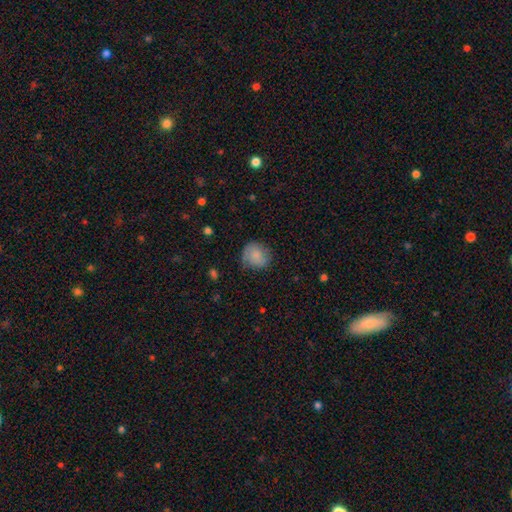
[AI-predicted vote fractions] A smooth galaxy with no disk features (79%) that is round (81%).

Vote fractions:
- Smooth or featured? smooth: 79% / featured or disk: 13% / star or artifact: 8%
- How rounded? round: 81% / in between: 18% / cigar-shaped: 1%
- Merging? none: 70% / minor disturbance: 23% / major disturbance: 6% / merger: 1%